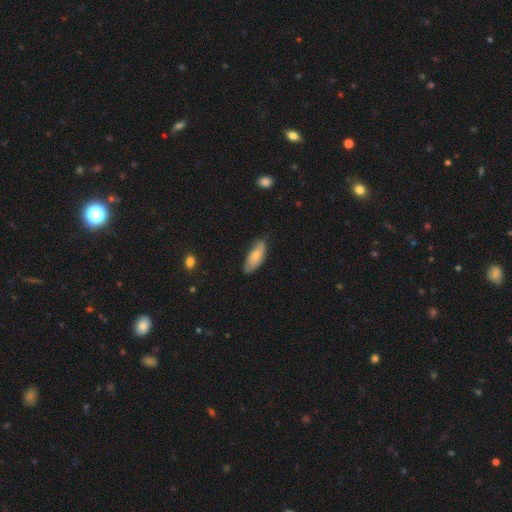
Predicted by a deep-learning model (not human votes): Morphology: type=smooth (71%); roundness=in between (82%); merging=none (69%).